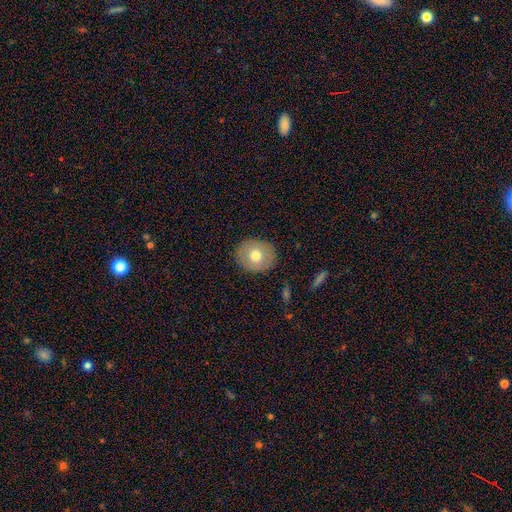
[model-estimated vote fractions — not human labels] Smooth or featured? Predicted: smooth (p=0.69). How rounded? Predicted: round (p=0.73). Merging? Predicted: none (p=0.88).